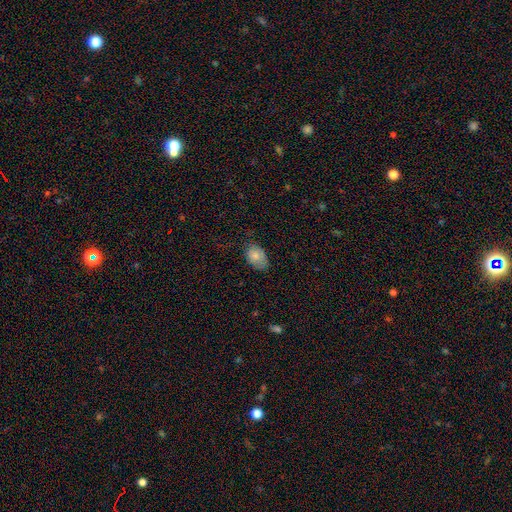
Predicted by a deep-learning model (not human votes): The model was most divided on "merging": none: 61%, minor disturbance: 30%, major disturbance: 8%, merger: 1%. More confident: how rounded — in between (82%); smooth or featured — smooth (80%).